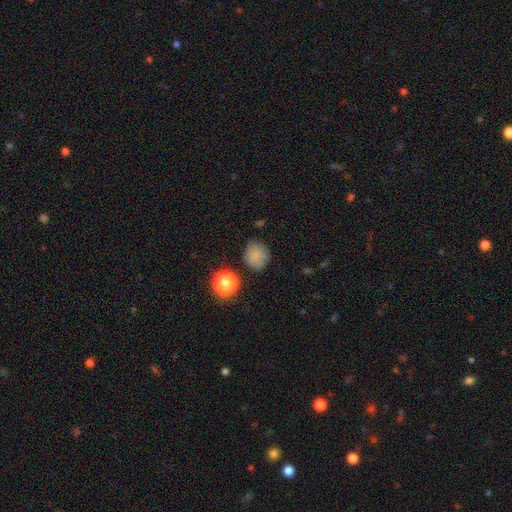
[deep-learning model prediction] Smooth or featured?
  - smooth: 81% *
  - star or artifact: 13%
  - featured or disk: 6%
How rounded?
  - round: 79% *
  - in between: 20%
  - cigar-shaped: 1%
Merging?
  - none: 77% *
  - minor disturbance: 16%
  - major disturbance: 4%
  - merger: 3%